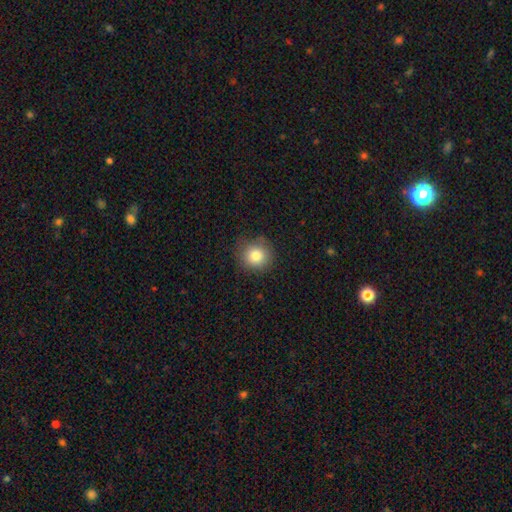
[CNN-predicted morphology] smooth 81%, star or artifact 11%, featured or disk 8%. Down the decision tree: how rounded — round (90%); merging — none (82%).